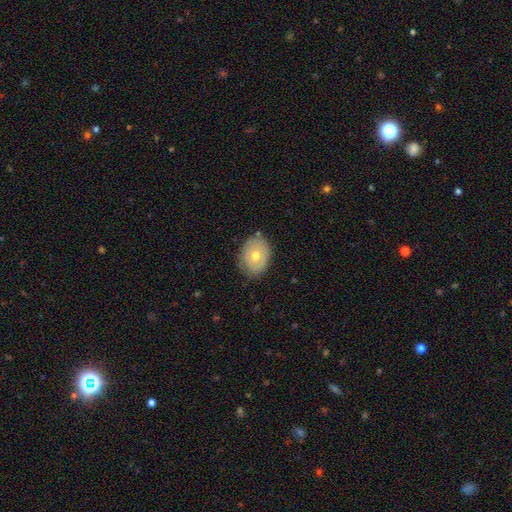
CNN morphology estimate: smooth_or_featured: smooth (p=0.49) [alt: featured or disk p=0.43]
merging: none (p=0.79) [alt: minor disturbance p=0.16]